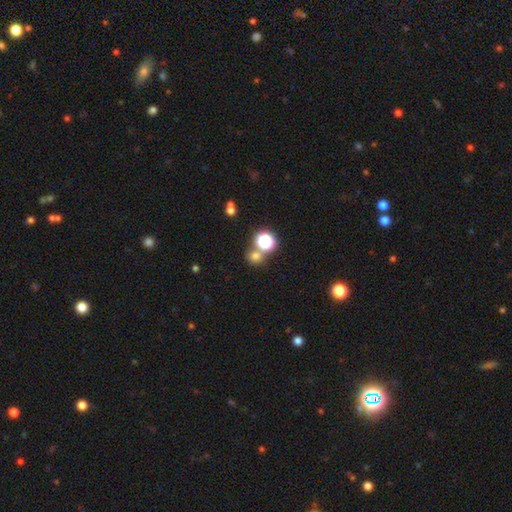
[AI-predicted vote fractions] smooth_or_featured: smooth (p=0.67) [alt: star or artifact p=0.26]
how_rounded: round (p=0.81) [alt: in between p=0.18]
merging: none (p=0.63) [alt: merger p=0.25]